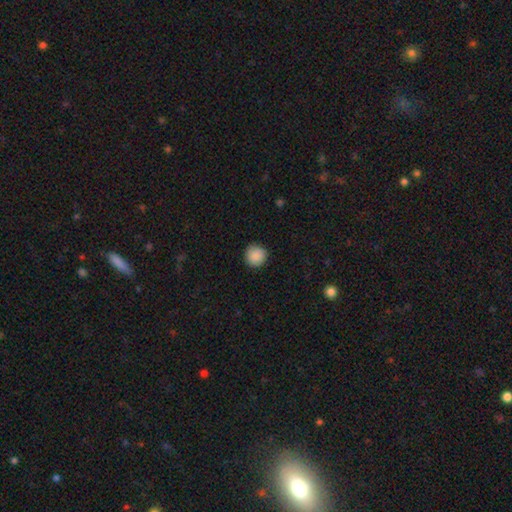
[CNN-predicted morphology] Smooth or featured? smooth (89%)
How rounded? round (93%)
Merging? none (88%)